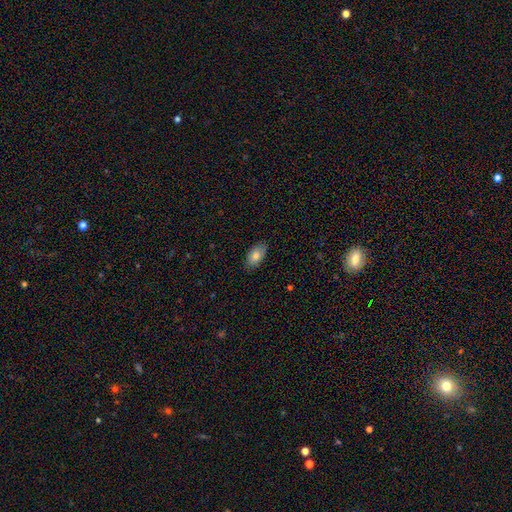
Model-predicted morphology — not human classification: Smooth or featured? Predicted: smooth (p=0.80). How rounded? Predicted: in between (p=0.93). Merging? Predicted: none (p=0.85).